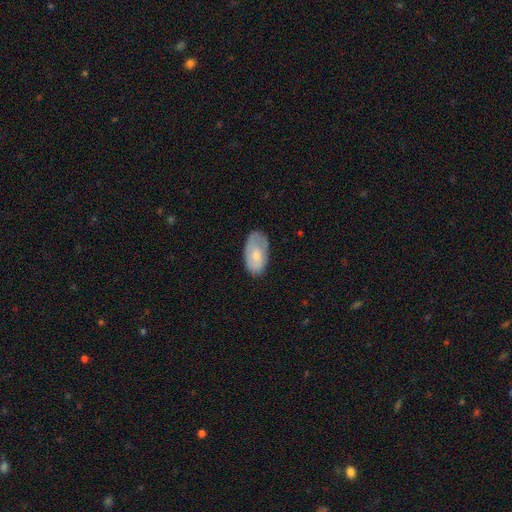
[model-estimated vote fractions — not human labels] Q: Smooth or featured?
A: smooth (66%); runner-up: featured or disk (28%)
Q: How rounded?
A: in between (94%); runner-up: round (5%)
Q: Merging?
A: none (67%); runner-up: minor disturbance (25%)